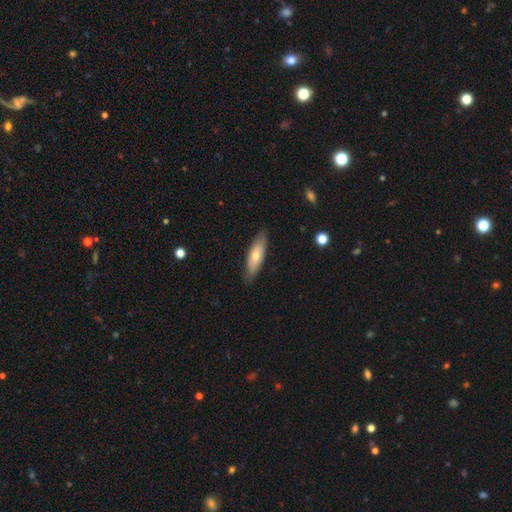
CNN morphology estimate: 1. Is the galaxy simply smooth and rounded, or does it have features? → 64% smooth, 31% featured or disk, 6% star or artifact.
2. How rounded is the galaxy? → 53% cigar-shaped, 45% in between, 2% round.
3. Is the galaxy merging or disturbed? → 84% none, 12% minor disturbance, 2% major disturbance, 1% merger.